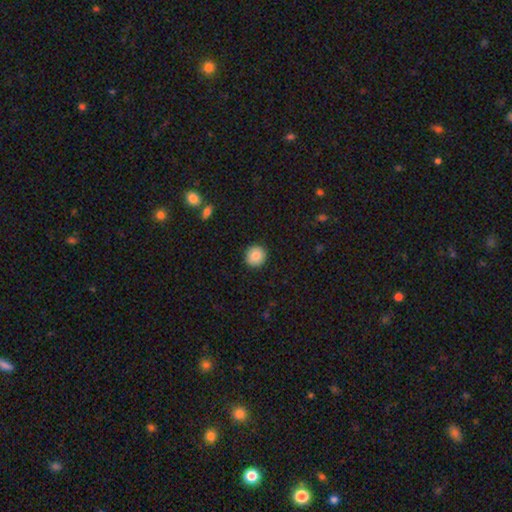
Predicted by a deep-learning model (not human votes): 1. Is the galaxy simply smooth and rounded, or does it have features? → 83% smooth, 8% featured or disk, 8% star or artifact.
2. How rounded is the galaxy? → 94% round, 5% in between, 1% cigar-shaped.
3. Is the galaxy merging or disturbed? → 92% none, 6% minor disturbance, 2% major disturbance, 1% merger.